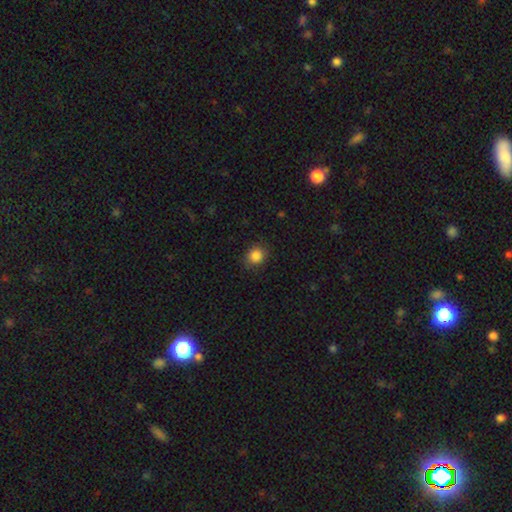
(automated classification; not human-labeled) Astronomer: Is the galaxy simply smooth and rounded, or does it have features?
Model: smooth — 86%.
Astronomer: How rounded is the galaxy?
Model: round — 80%.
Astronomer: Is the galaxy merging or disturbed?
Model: none — 84%.